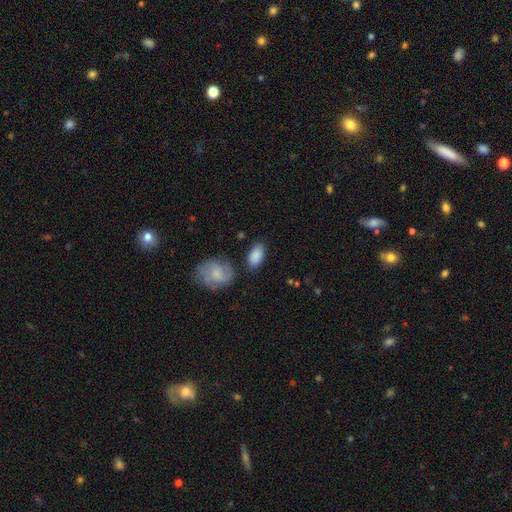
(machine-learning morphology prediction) Smooth or featured: smooth — 87% (featured or disk — 7%)
How rounded: in between — 93% (round — 5%)
Merging: none — 76% (minor disturbance — 15%)